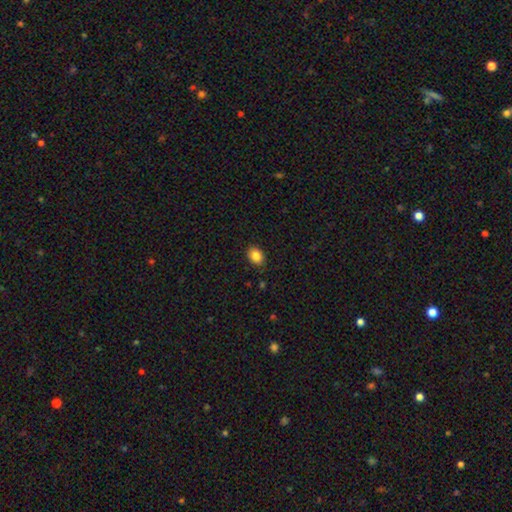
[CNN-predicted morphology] This appears to be a smooth galaxy with no disk features (85%) that is in between round and cigar-shaped (69%). Merging: none (87%).